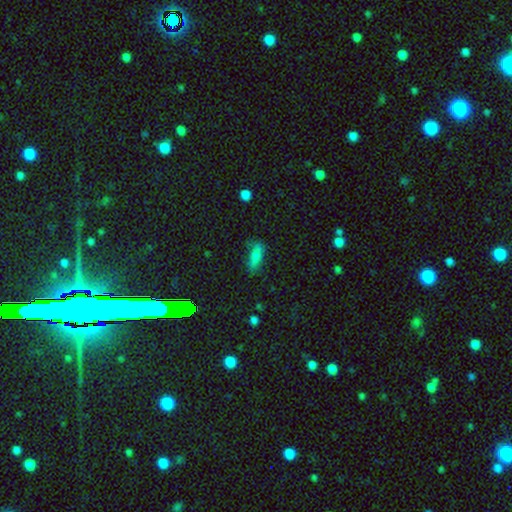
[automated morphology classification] This appears to be a smooth galaxy with no disk features (73%) that is in between round and cigar-shaped (57%). Merging: none (68%).